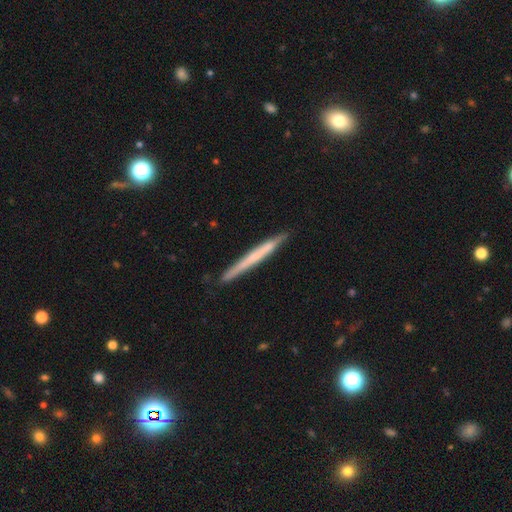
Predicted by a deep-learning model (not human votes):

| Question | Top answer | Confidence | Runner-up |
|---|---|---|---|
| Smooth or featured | featured or disk | 47% | tied: smooth (47%) |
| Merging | none | 88% | minor disturbance (9%) |